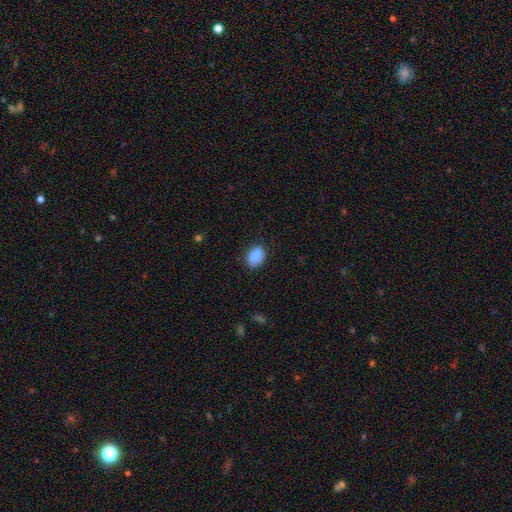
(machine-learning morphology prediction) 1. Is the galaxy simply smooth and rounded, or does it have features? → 76% smooth, 15% featured or disk, 9% star or artifact.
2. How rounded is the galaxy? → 65% in between, 34% round, 1% cigar-shaped.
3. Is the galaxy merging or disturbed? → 51% none, 25% merger, 19% minor disturbance, 6% major disturbance.